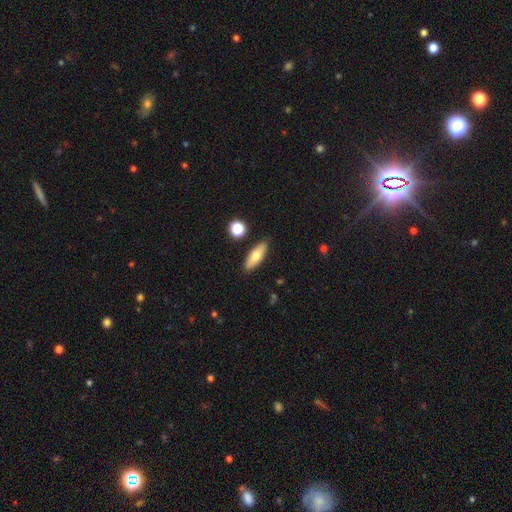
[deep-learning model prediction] A smooth galaxy with no disk features (71%) that is in between round and cigar-shaped (65%). Merging: none (86%).